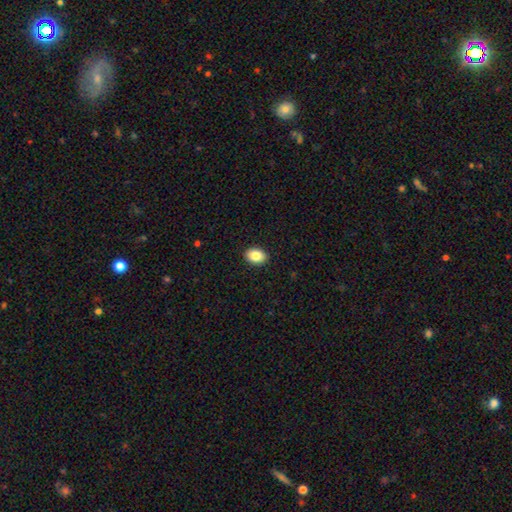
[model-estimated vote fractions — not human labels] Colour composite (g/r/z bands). It shows a smooth galaxy with no disk features (85%) that is in between round and cigar-shaped (75%). Merging: none (91%).